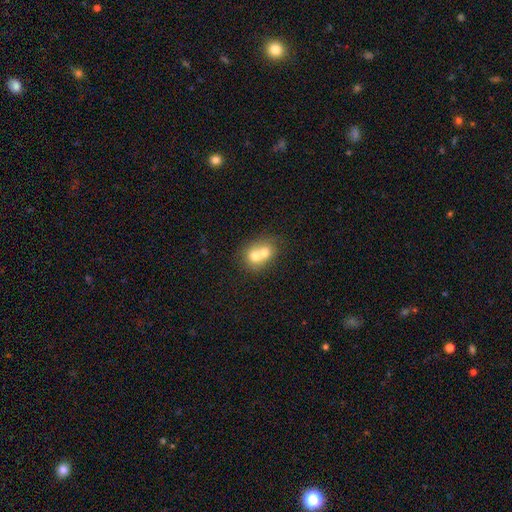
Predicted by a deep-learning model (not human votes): A smooth galaxy with no disk features (67%) that is round (68%). Merging: merger (72%).